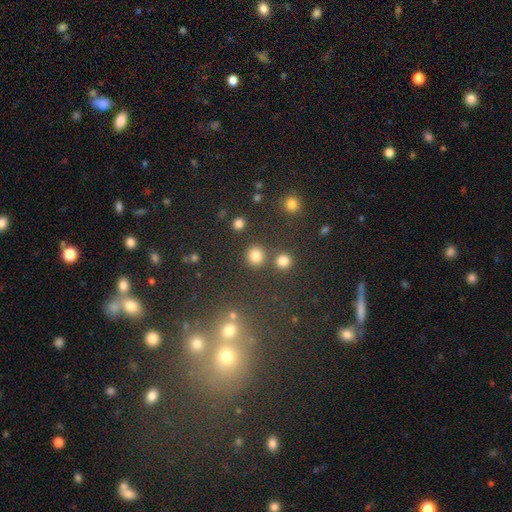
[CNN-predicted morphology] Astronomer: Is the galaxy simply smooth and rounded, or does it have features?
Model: smooth — 81%.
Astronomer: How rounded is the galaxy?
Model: round — 88%.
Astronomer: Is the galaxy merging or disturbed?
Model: none — 79%.